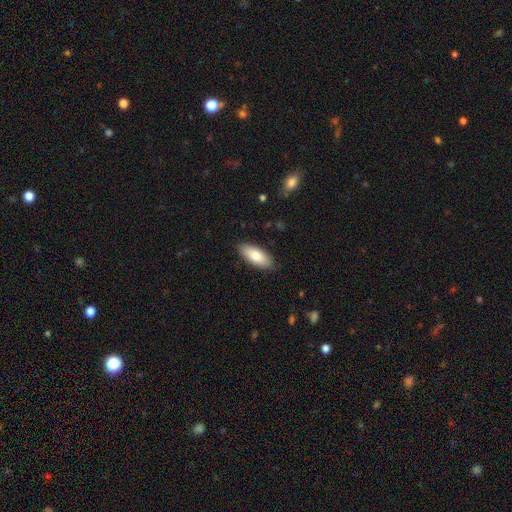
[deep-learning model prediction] smooth_or_featured: smooth (p=0.79) [alt: featured or disk p=0.16]
how_rounded: in between (p=0.81) [alt: cigar-shaped p=0.17]
merging: none (p=0.88) [alt: minor disturbance p=0.09]